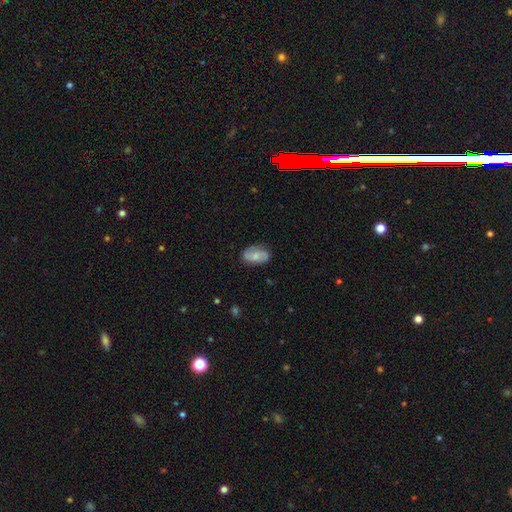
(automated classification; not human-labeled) Smooth or featured?
  - smooth: 49% *
  - featured or disk: 44%
  - star or artifact: 7%
Merging?
  - none: 79% *
  - minor disturbance: 16%
  - major disturbance: 4%
  - merger: 1%